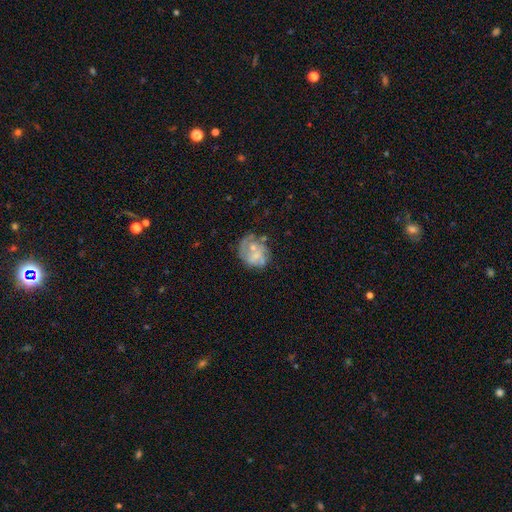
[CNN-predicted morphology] The model was most divided on "spiral arms": yes: 56%, no: 44%. Remaining: edge-on disk — no (98%); bar — no (77%); smooth or featured — featured or disk (62%); bulge size — small (52%); merging — none (49%).